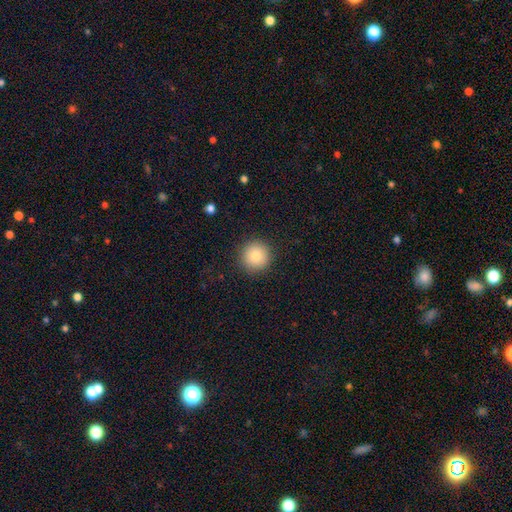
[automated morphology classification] Smooth or featured? smooth (82%)
How rounded? round (96%)
Merging? none (91%)